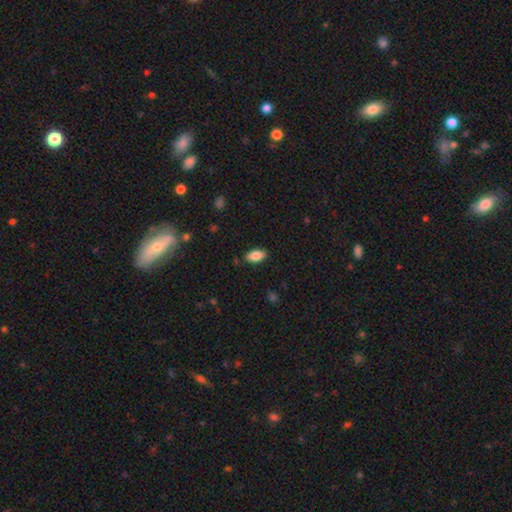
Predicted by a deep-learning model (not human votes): This is clearly a smooth galaxy (83%). How rounded: clearly in between (92%). Merging: clearly none (87%).